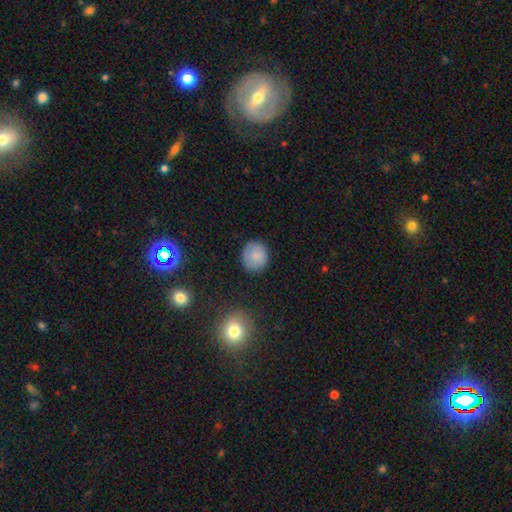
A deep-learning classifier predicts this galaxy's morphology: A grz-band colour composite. It shows a smooth galaxy with no disk features (79%) that is round (87%). Merging: none (83%).